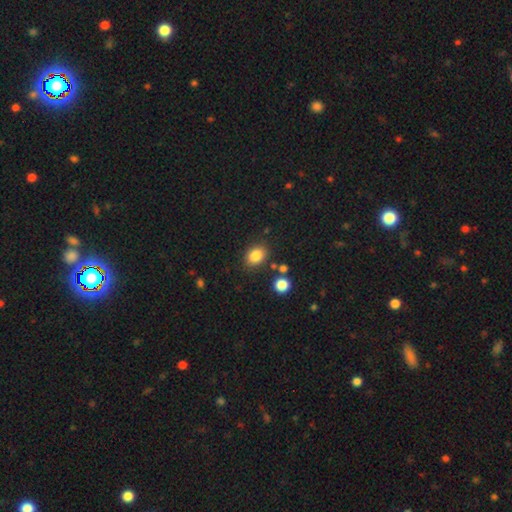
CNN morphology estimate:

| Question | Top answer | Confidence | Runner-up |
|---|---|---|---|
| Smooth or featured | smooth | 84% | star or artifact (10%) |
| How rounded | in between | 59% | round (40%) |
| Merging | none | 81% | minor disturbance (11%) |